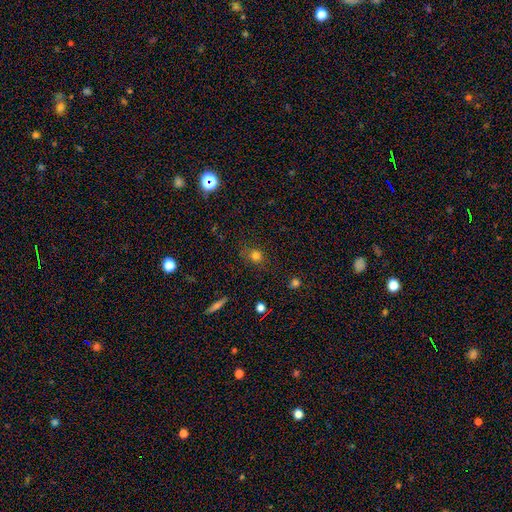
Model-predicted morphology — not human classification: Smooth or featured? smooth (75%)
How rounded? round (72%)
Merging? none (74%)